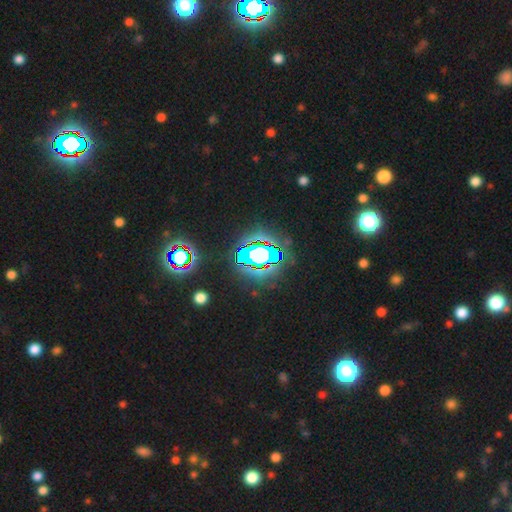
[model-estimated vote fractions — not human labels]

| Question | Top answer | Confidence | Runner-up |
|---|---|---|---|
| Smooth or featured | star or artifact | 64% | smooth (18%) |